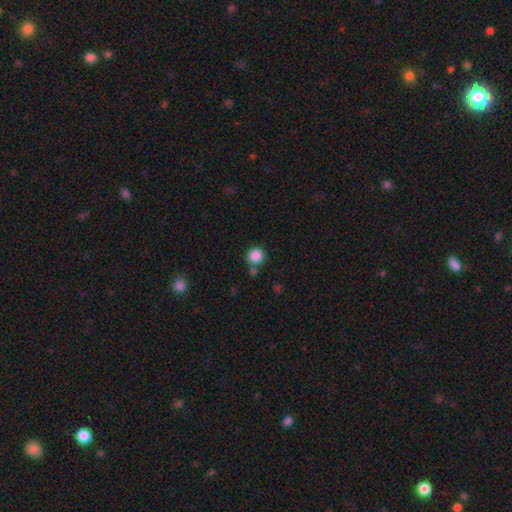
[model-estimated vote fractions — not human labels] smooth-or-featured: smooth: 87% | star or artifact: 10% | featured or disk: 3%
  how-rounded: round: 94% | in between: 5% | cigar-shaped: 1%
  merging: none: 78% | merger: 10% | minor disturbance: 9% | major disturbance: 3%